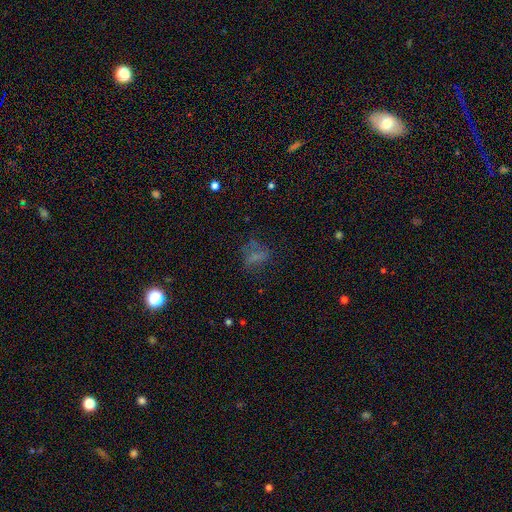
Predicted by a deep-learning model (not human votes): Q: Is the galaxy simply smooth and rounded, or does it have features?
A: smooth — 52%.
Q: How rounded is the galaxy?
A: in between — 62%.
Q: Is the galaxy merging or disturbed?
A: none — 47%.